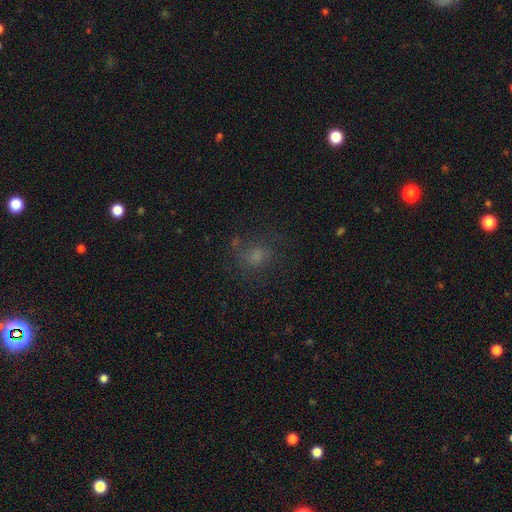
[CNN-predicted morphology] Overall: smooth (53%; star or artifact 25%). How rounded: round (73%). Merging: none (63%).